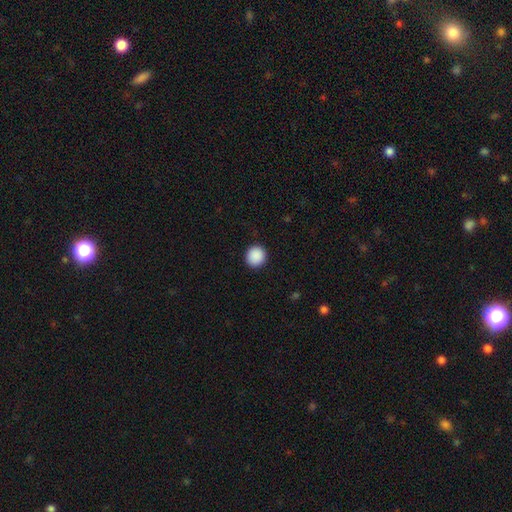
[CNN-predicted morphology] The model was most divided on "smooth or featured": smooth: 90%, star or artifact: 8%, featured or disk: 2%. More confident: how rounded — round (93%); merging — none (93%).